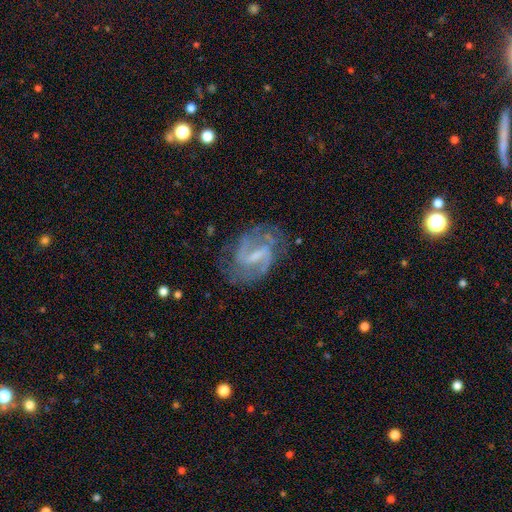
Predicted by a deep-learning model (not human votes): Overall: featured or disk (84%). Edge-on disk: no (97%). Bar: strong (46%; weak 44%). Spiral arms: yes (93%). Spiral arm count: 2 (78%). Spiral winding: medium (49%; tight 26%). Bulge size: small (41%; none 35%). Merging: none (70%).